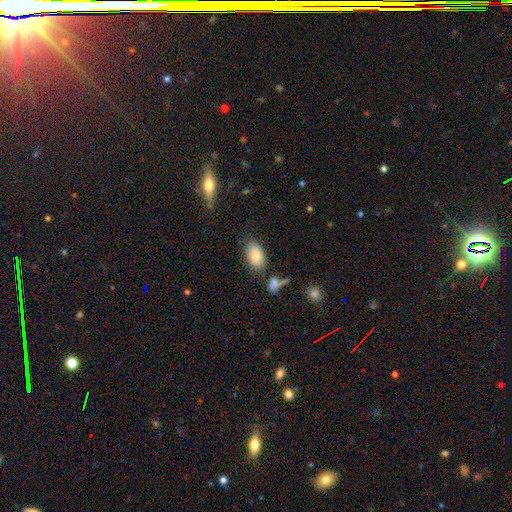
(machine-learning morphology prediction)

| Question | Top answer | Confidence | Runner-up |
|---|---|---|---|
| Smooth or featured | smooth | 82% | featured or disk (11%) |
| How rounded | in between | 93% | round (6%) |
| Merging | none | 72% | minor disturbance (16%) |